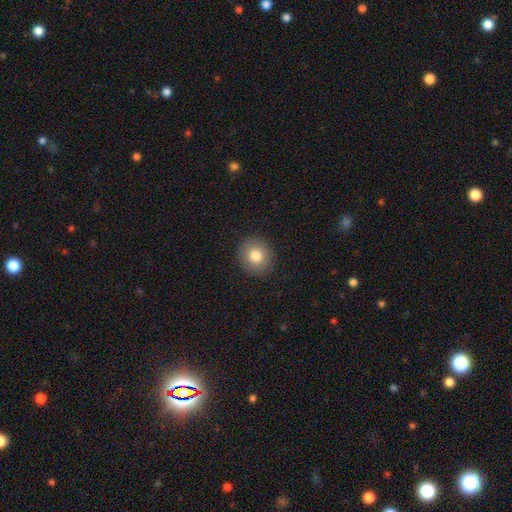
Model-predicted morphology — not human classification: A smooth galaxy with no disk features (81%) that is round (88%). Merging: none (91%).